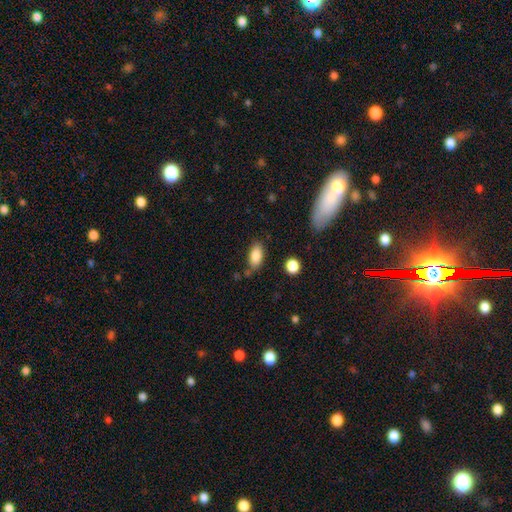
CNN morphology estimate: Q: Smooth or featured?
A: smooth (86%); runner-up: star or artifact (8%)
Q: How rounded?
A: in between (89%); runner-up: cigar-shaped (6%)
Q: Merging?
A: none (75%); runner-up: minor disturbance (16%)